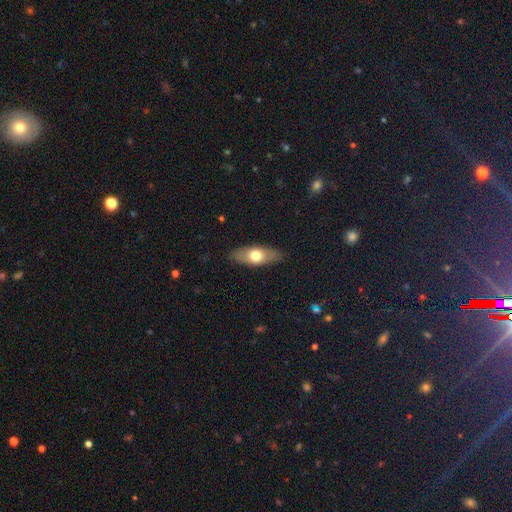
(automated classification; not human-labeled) smooth 63%, featured or disk 31%, star or artifact 6%. Down the decision tree: how rounded — in between (74%); merging — none (86%).